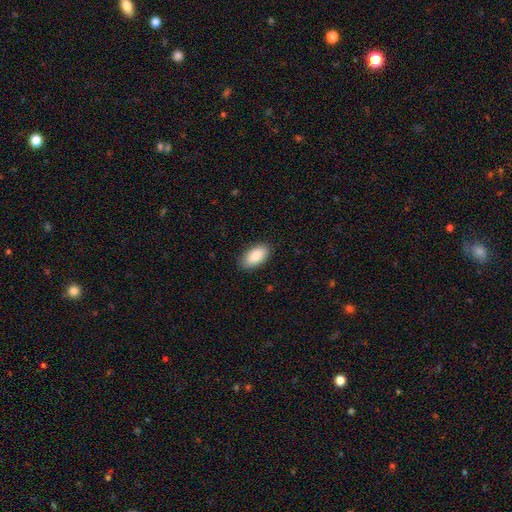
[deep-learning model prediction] Smooth or featured: smooth — 87% (featured or disk — 7%)
How rounded: in between — 94% (cigar-shaped — 4%)
Merging: none — 87% (minor disturbance — 10%)